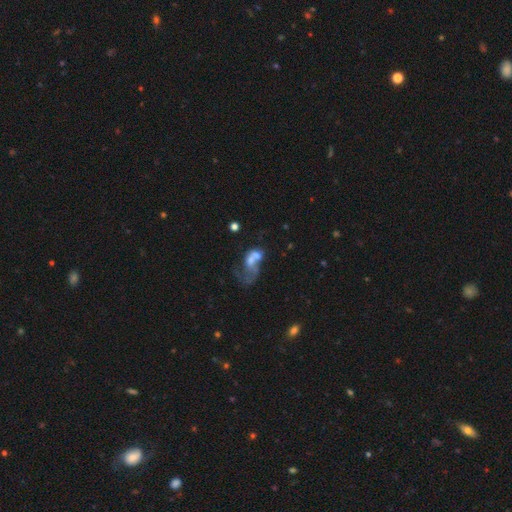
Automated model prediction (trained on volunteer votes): This is possibly a featured or disk galaxy (49%). Merging: possibly merger (51%).